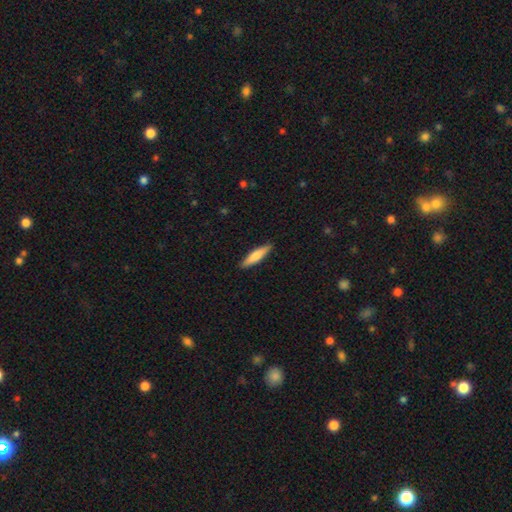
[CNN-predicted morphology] Smooth or featured? smooth (72%)
How rounded? cigar-shaped (81%)
Merging? none (90%)